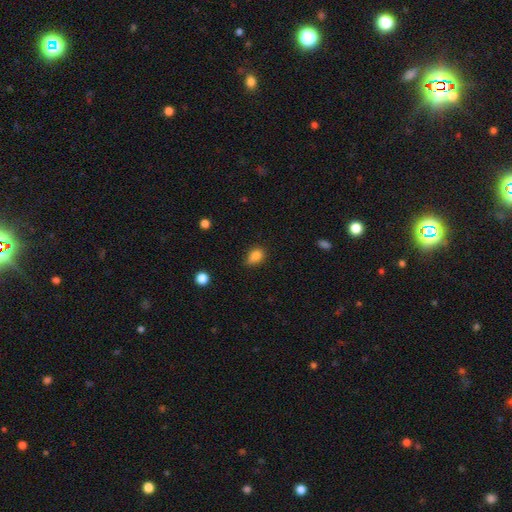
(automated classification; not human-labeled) A smooth galaxy with no disk features (82%) that is in between round and cigar-shaped (59%).

Vote fractions:
- Smooth or featured? smooth: 82% / star or artifact: 11% / featured or disk: 7%
- How rounded? in between: 59% / round: 39% / cigar-shaped: 2%
- Merging? none: 55% / minor disturbance: 35% / major disturbance: 8% / merger: 3%